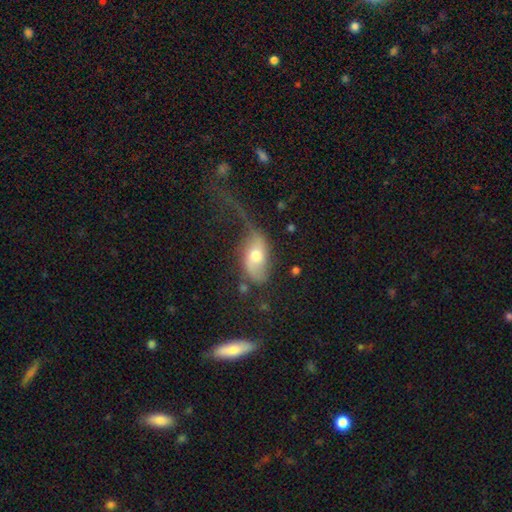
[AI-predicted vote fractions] smooth_or_featured: featured or disk (p=0.49) [alt: smooth p=0.43]
merging: major disturbance (p=0.37) [alt: none p=0.32]